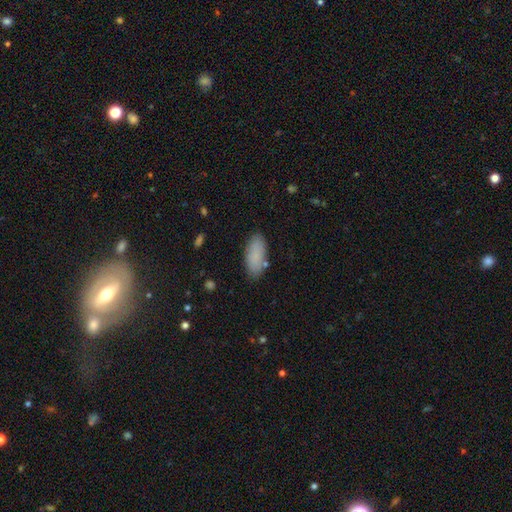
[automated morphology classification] This is clearly a smooth galaxy (87%). How rounded: clearly in between (83%). Merging: clearly none (84%).